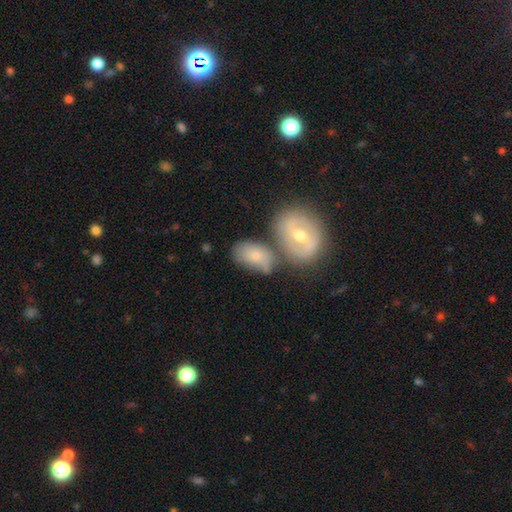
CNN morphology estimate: smooth_or_featured: smooth (p=0.61) [alt: featured or disk p=0.33]
how_rounded: in between (p=0.85) [alt: round p=0.13]
merging: none (p=0.41) [alt: merger p=0.30]